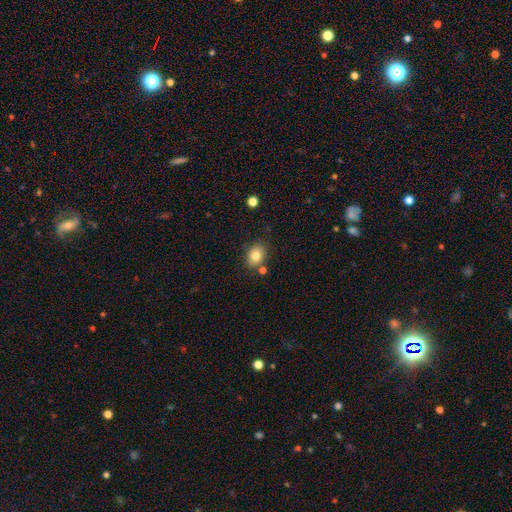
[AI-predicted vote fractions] smooth 81%, star or artifact 10%, featured or disk 9%. Down the decision tree: how rounded — in between (61%); merging — none (76%).